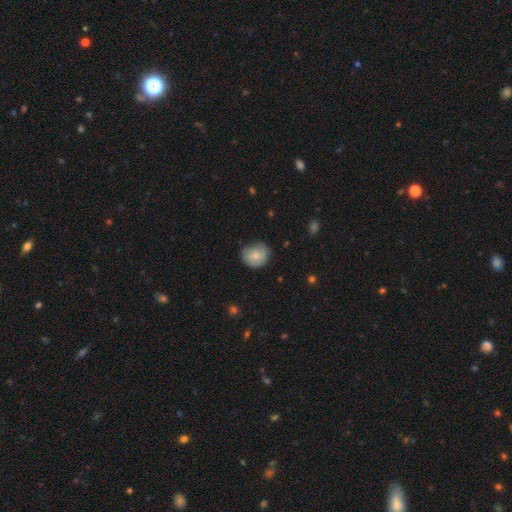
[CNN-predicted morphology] This appears to be a smooth galaxy with no disk features (77%) that is round (80%). Merging: none (70%).